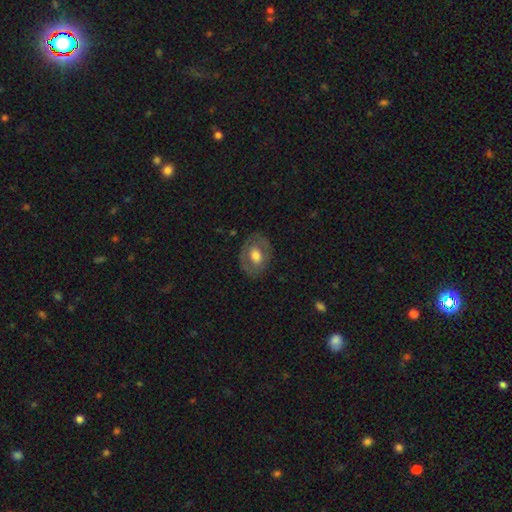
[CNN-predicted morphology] type=smooth (52%); roundness=in between (62%); merging=none (78%).